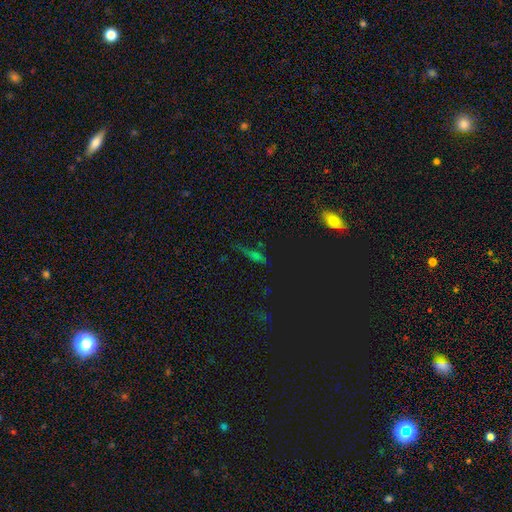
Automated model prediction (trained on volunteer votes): smooth-or-featured: star or artifact: 46% | smooth: 39% | featured or disk: 15%